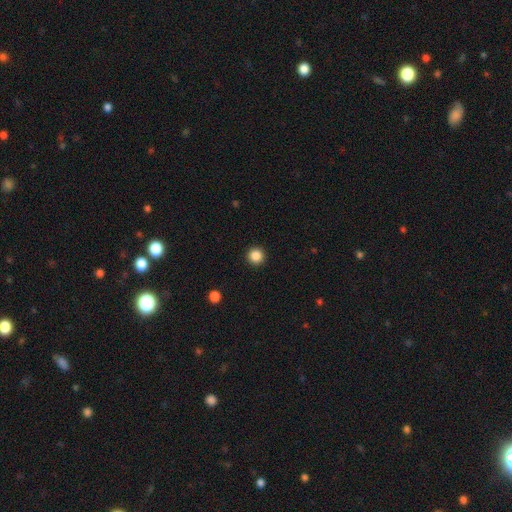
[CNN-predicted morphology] Q: Smooth or featured?
A: smooth (87%); runner-up: star or artifact (10%)
Q: How rounded?
A: round (96%); runner-up: in between (3%)
Q: Merging?
A: none (93%); runner-up: minor disturbance (4%)